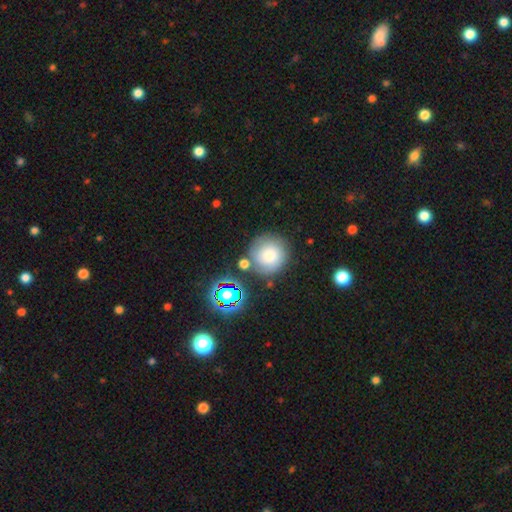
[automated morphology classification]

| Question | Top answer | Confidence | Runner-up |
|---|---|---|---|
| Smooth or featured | smooth | 44% | star or artifact (40%) |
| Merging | none | 82% | minor disturbance (9%) |